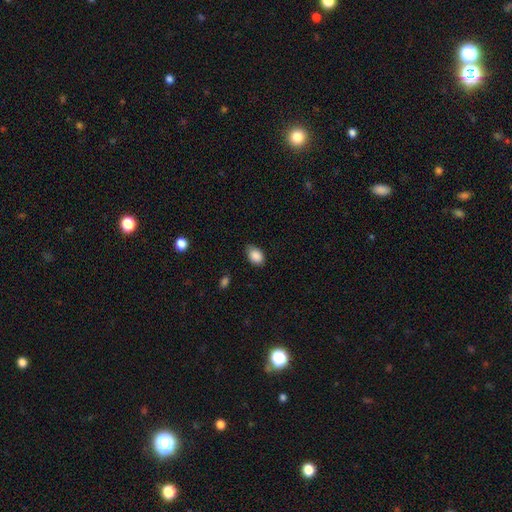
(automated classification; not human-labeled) Smooth or featured? Predicted: smooth (p=0.88). How rounded? Predicted: in between (p=0.80). Merging? Predicted: none (p=0.73).